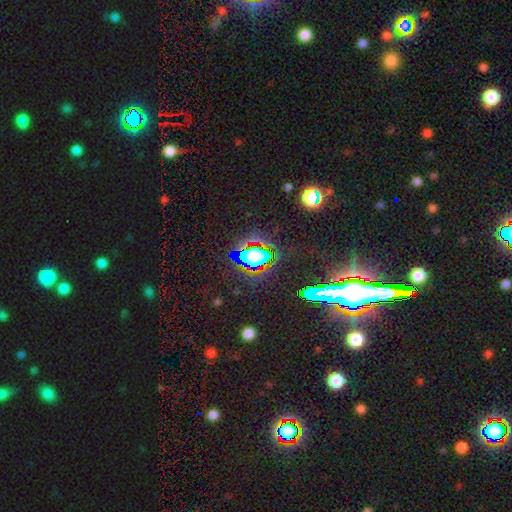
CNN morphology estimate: This is likely a star or artifact rather than a galaxy (64%).